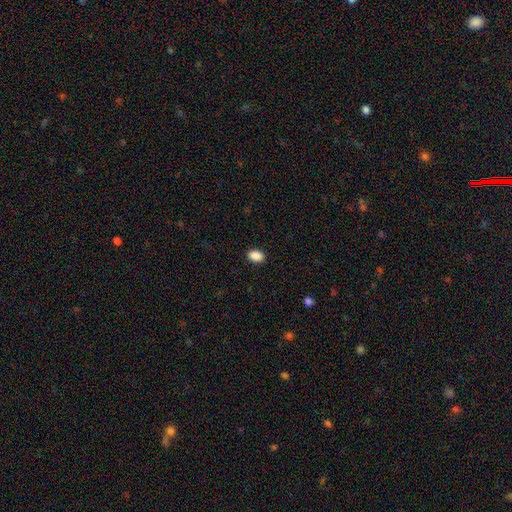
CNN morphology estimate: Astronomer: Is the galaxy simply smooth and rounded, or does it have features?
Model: smooth — 89%.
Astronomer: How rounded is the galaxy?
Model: in between — 82%.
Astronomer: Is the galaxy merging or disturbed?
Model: none — 89%.